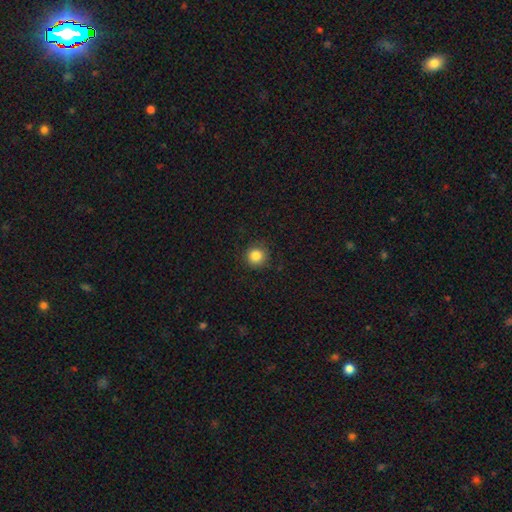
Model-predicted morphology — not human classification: A smooth galaxy with no disk features (85%) that is round (94%). Merging: none (88%).